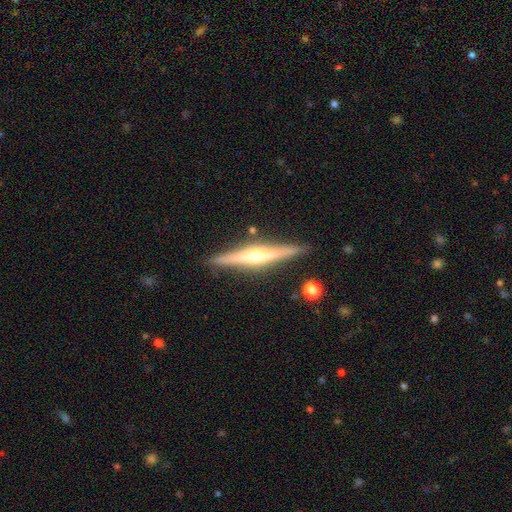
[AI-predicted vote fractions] Morphology: type=featured or disk (79%); edge-on=yes (98%); edge-on bulge=rounded (88%); merging=none (88%).